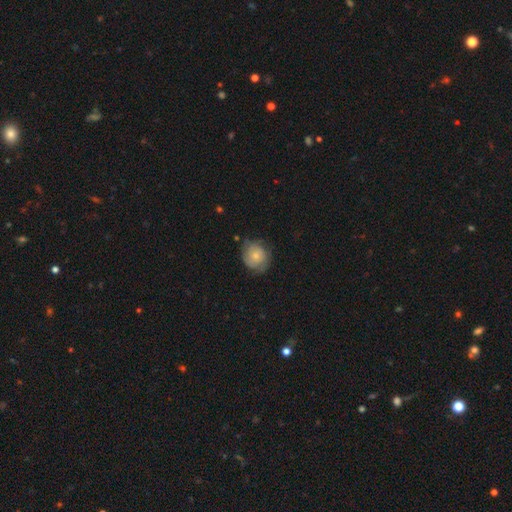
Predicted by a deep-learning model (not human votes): The model was most divided on "merging": none: 60%, minor disturbance: 30%, major disturbance: 9%, merger: 2%. More confident: how rounded — round (76%); smooth or featured — smooth (64%).